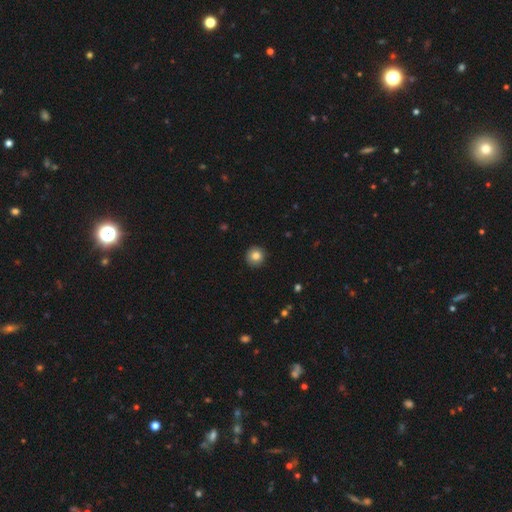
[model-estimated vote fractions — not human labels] Q: Smooth or featured?
A: smooth (84%); runner-up: star or artifact (9%)
Q: How rounded?
A: round (95%); runner-up: in between (4%)
Q: Merging?
A: none (92%); runner-up: minor disturbance (6%)